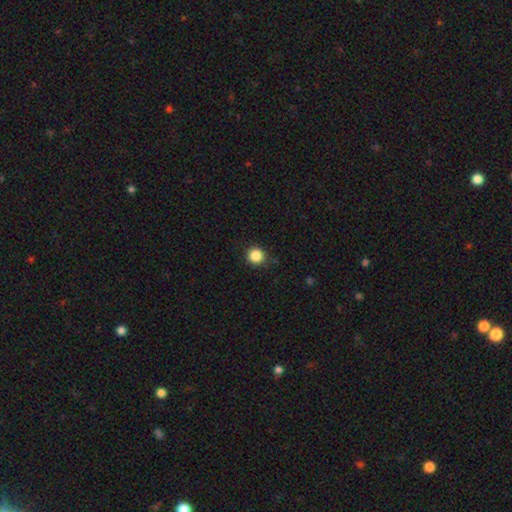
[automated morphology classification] The model was most divided on "smooth or featured": smooth: 86%, star or artifact: 11%, featured or disk: 3%. More confident: how rounded — round (93%); merging — none (88%).